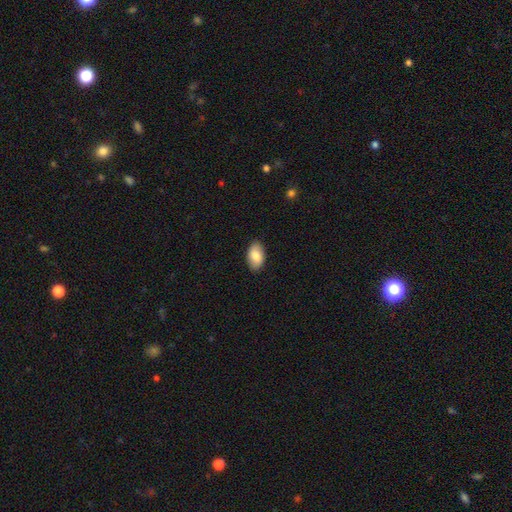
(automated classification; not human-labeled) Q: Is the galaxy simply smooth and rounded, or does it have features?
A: smooth — 83%.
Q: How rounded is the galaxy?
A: in between — 93%.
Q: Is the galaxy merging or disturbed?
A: none — 88%.